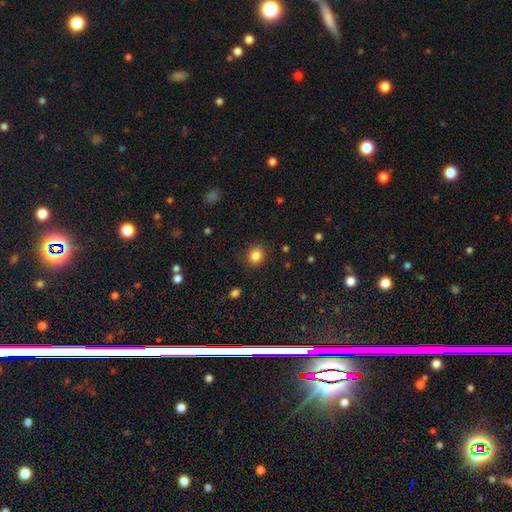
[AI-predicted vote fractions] Smooth or featured? Predicted: smooth (p=0.85). How rounded? Predicted: round (p=0.72). Merging? Predicted: none (p=0.87).